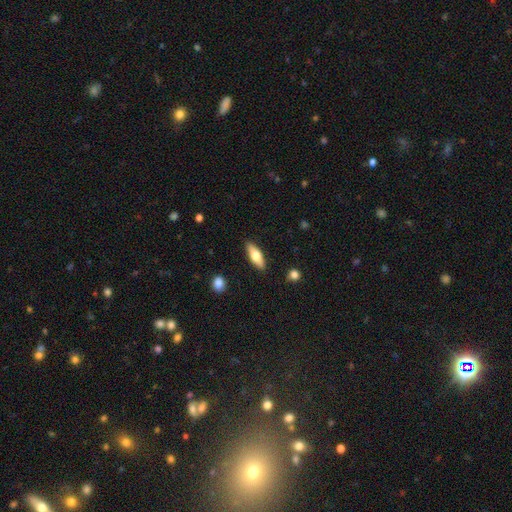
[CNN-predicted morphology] Smooth or featured? smooth (62%)
How rounded? in between (59%)
Merging? none (87%)